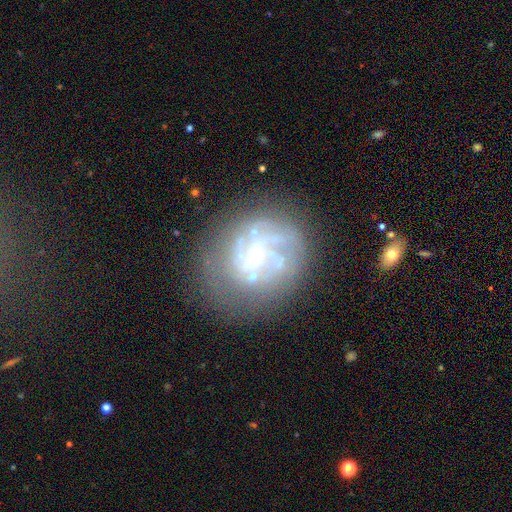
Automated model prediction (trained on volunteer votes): A featured or disk galaxy (76%) with a weak bar (43%), medium (38%) spiral arms (81%) and a small central bulge (64%). Merging: none (65%).